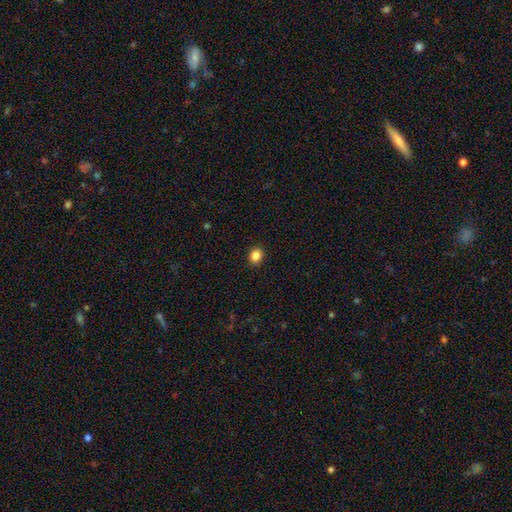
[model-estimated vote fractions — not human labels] A smooth galaxy with no disk features (86%) that is round (57%).

Vote fractions:
- Smooth or featured? smooth: 86% / star or artifact: 10% / featured or disk: 4%
- How rounded? round: 57% / in between: 42% / cigar-shaped: 1%
- Merging? none: 91% / minor disturbance: 6% / major disturbance: 2% / merger: 1%